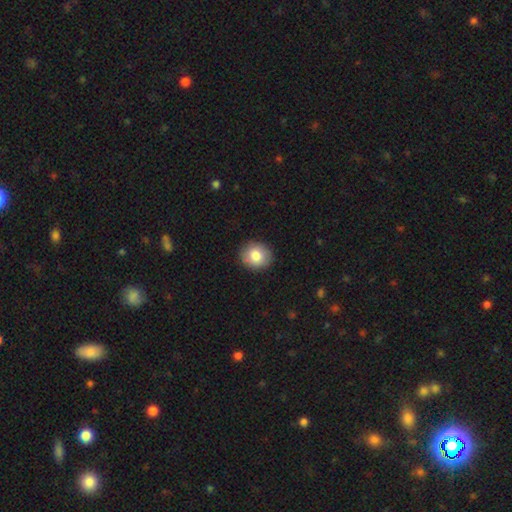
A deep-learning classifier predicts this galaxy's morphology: Q: Smooth or featured?
A: smooth (83%); runner-up: featured or disk (10%)
Q: How rounded?
A: round (77%); runner-up: in between (22%)
Q: Merging?
A: none (90%); runner-up: minor disturbance (7%)